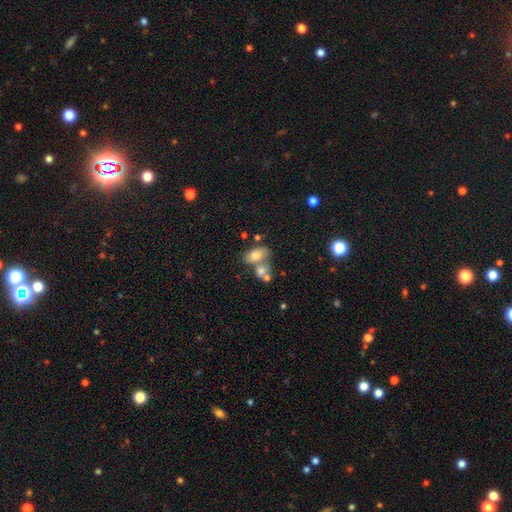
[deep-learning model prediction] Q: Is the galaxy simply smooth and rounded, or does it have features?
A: smooth — 74%.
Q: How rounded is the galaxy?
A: in between — 87%.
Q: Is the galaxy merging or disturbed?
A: merger — 47%.